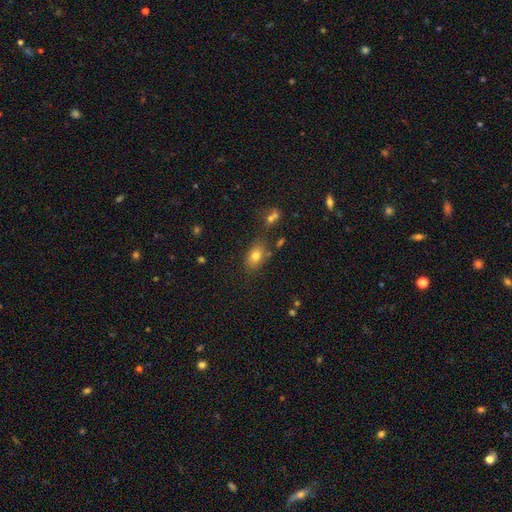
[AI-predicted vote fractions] smooth_or_featured: smooth (p=0.78) [alt: star or artifact p=0.12]
how_rounded: in between (p=0.80) [alt: round p=0.18]
merging: none (p=0.74) [alt: minor disturbance p=0.15]